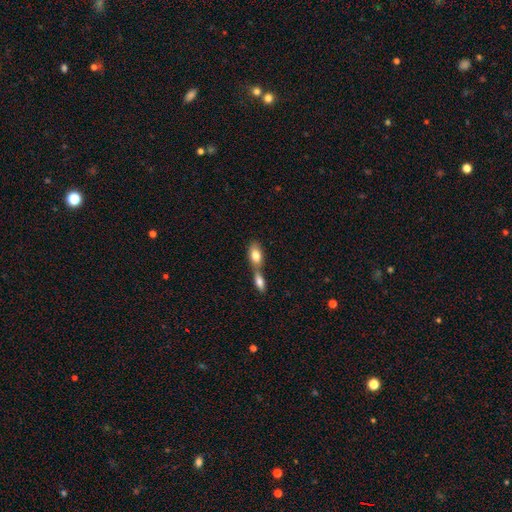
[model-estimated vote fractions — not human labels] Smooth or featured? Predicted: smooth (p=0.80). How rounded? Predicted: in between (p=0.87). Merging? Predicted: merger (p=0.65).